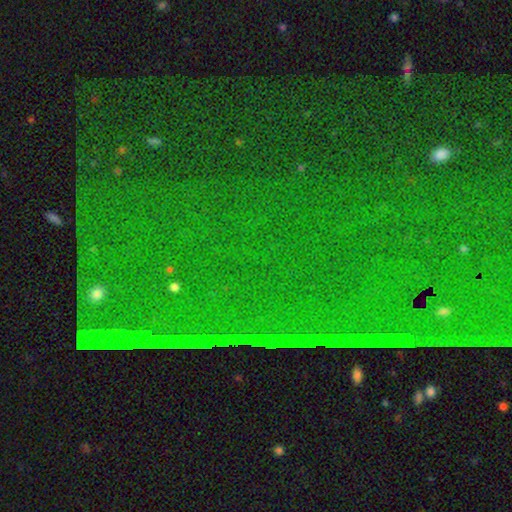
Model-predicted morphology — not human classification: Smooth or featured: star or artifact — 86% (featured or disk — 7%)